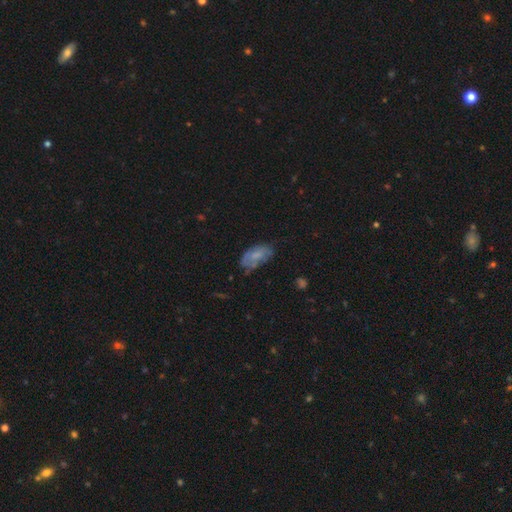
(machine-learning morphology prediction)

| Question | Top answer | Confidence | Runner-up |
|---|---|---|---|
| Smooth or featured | smooth | 58% | featured or disk (32%) |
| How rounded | in between | 92% | cigar-shaped (4%) |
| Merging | none | 52% | minor disturbance (30%) |